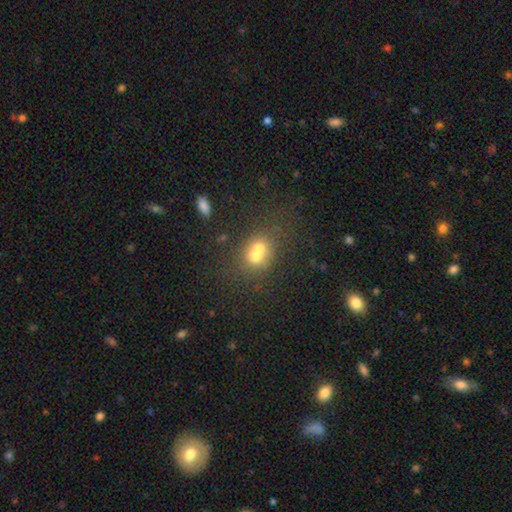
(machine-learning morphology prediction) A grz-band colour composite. It shows a smooth galaxy with no disk features (61%) that is round (61%). Merging: merger (58%).